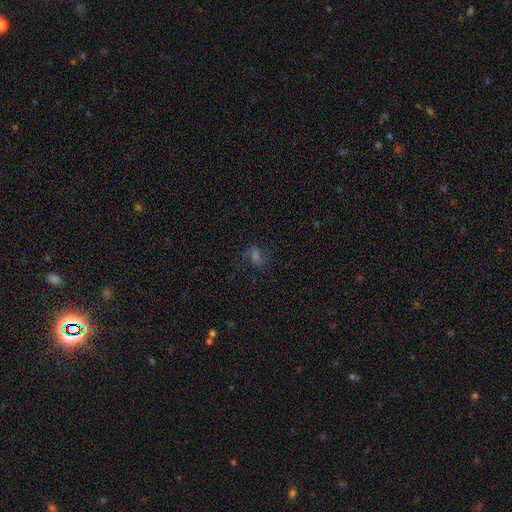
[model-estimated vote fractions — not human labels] Overall: smooth (41%; featured or disk 31%). Merging: none (68%).